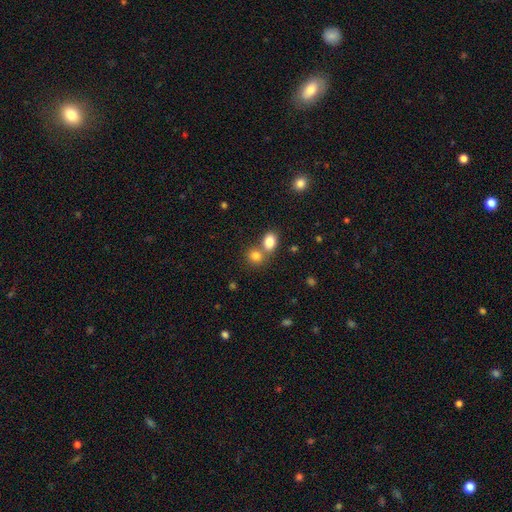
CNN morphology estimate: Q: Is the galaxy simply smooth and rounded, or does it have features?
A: smooth — 82%.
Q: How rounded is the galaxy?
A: round — 58%.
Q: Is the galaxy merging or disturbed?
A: merger — 45%, tied with none.